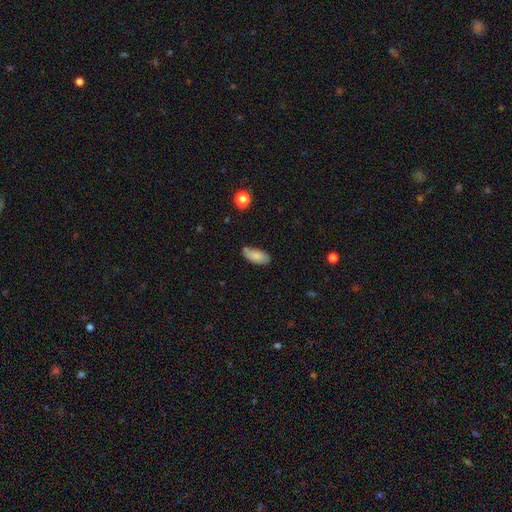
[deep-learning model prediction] Smooth or featured?
  - smooth: 84% *
  - featured or disk: 9%
  - star or artifact: 7%
How rounded?
  - in between: 90% *
  - cigar-shaped: 8%
  - round: 2%
Merging?
  - none: 70% *
  - minor disturbance: 21%
  - merger: 5%
  - major disturbance: 4%